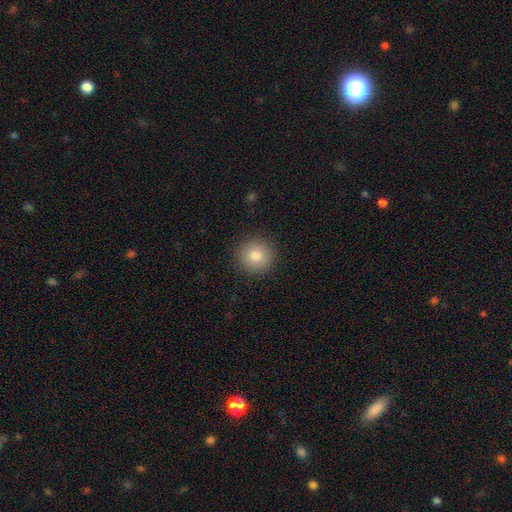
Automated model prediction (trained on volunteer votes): A smooth galaxy with no disk features (80%) that is round (95%). Merging: none (92%).